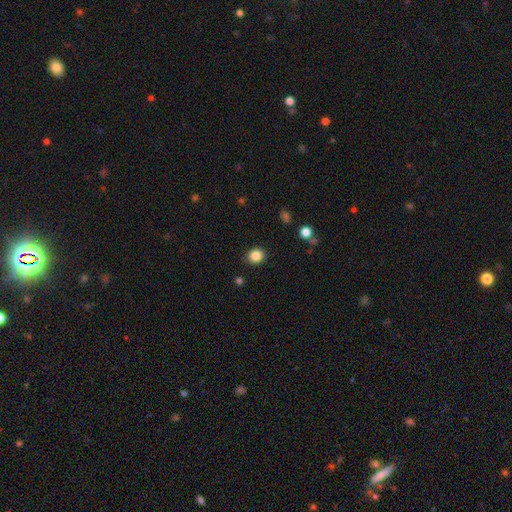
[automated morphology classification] Smooth or featured? Predicted: smooth (p=0.85). How rounded? Predicted: round (p=0.80). Merging? Predicted: none (p=0.90).